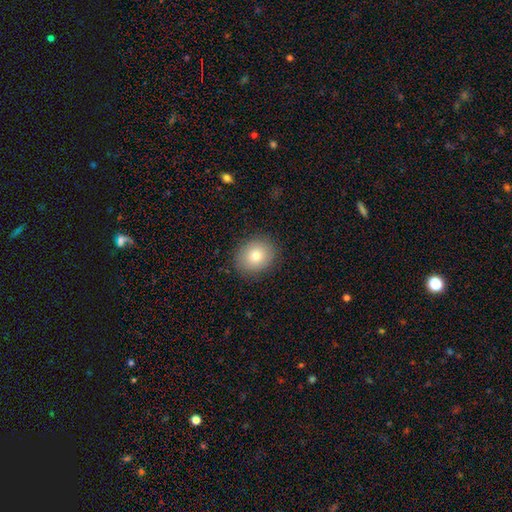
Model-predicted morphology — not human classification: This is clearly a smooth galaxy (80%). How rounded: likely round (63%). Merging: clearly none (87%).